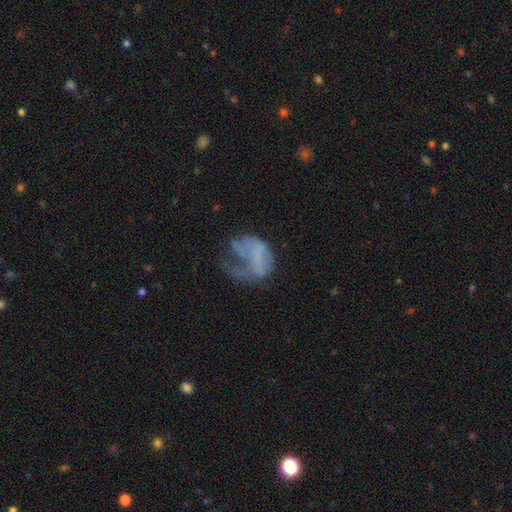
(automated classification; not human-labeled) Morphology: type=featured or disk (50%); edge-on=no (98%); merging=major disturbance (53%).